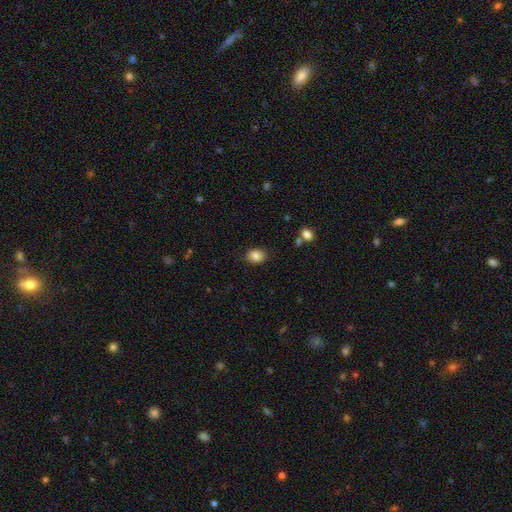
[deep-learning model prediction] A smooth galaxy with no disk features (85%) that is in between round and cigar-shaped (57%).

Vote fractions:
- Smooth or featured? smooth: 85% / star or artifact: 9% / featured or disk: 5%
- How rounded? in between: 57% / round: 42% / cigar-shaped: 1%
- Merging? none: 84% / minor disturbance: 11% / major disturbance: 3% / merger: 2%